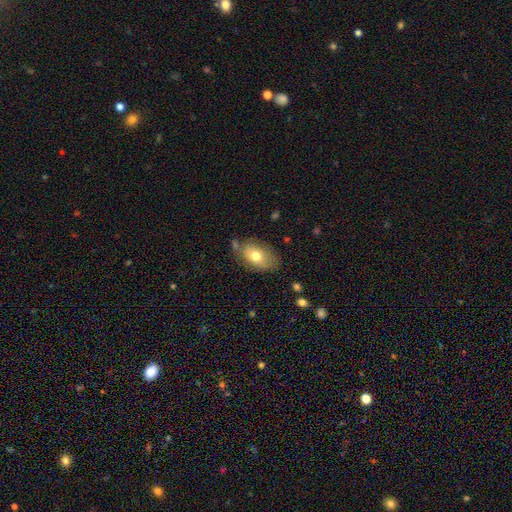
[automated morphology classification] smooth-or-featured: smooth: 71% | featured or disk: 21% | star or artifact: 8%
  how-rounded: in between: 89% | round: 9% | cigar-shaped: 2%
  merging: none: 64% | minor disturbance: 24% | merger: 6% | major disturbance: 6%